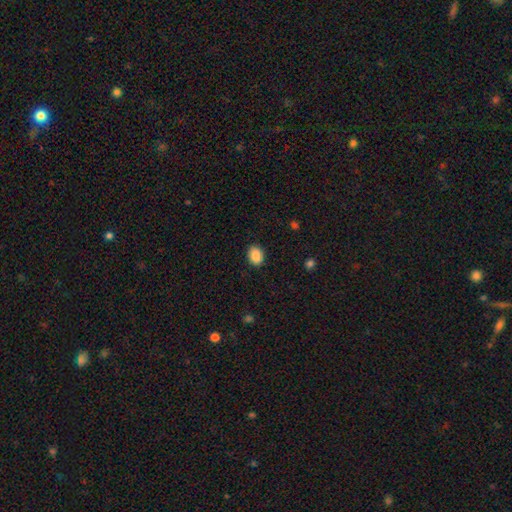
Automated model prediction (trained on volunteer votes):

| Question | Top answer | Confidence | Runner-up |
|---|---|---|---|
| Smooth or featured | smooth | 89% | star or artifact (8%) |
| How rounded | in between | 68% | round (31%) |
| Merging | none | 88% | minor disturbance (9%) |